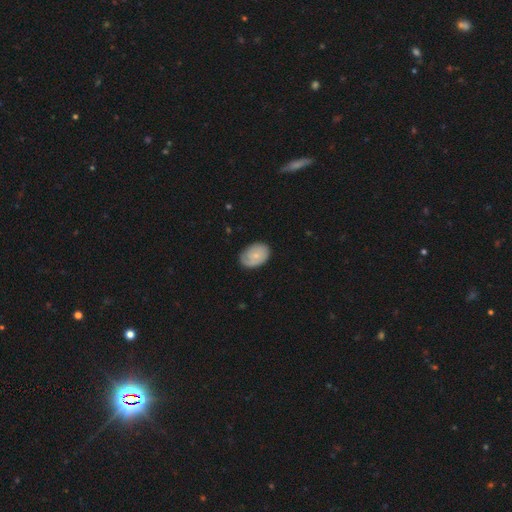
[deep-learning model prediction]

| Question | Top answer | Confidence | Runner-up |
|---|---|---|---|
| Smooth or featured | smooth | 58% | featured or disk (36%) |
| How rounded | in between | 79% | round (20%) |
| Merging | none | 72% | minor disturbance (22%) |